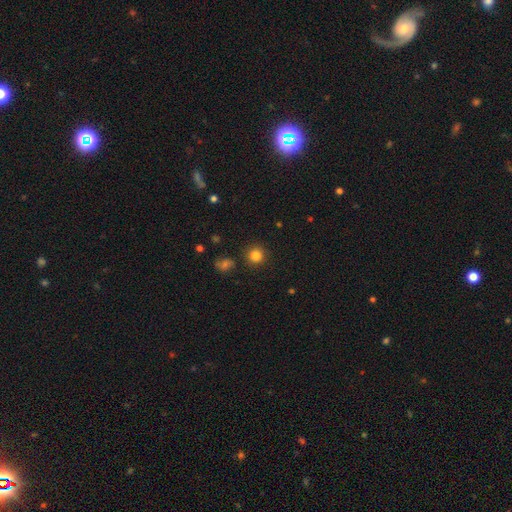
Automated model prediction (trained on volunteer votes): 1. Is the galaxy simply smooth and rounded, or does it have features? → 83% smooth, 13% star or artifact, 5% featured or disk.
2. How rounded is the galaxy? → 93% round, 6% in between, 1% cigar-shaped.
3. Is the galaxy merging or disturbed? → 89% none, 6% minor disturbance, 2% major disturbance, 2% merger.